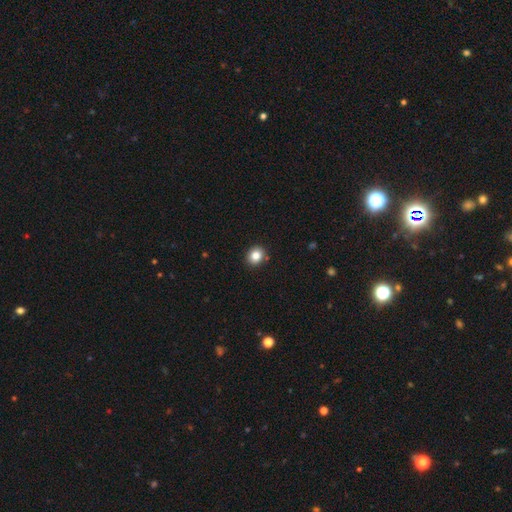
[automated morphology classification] type=smooth (84%); roundness=round (71%); merging=none (90%).